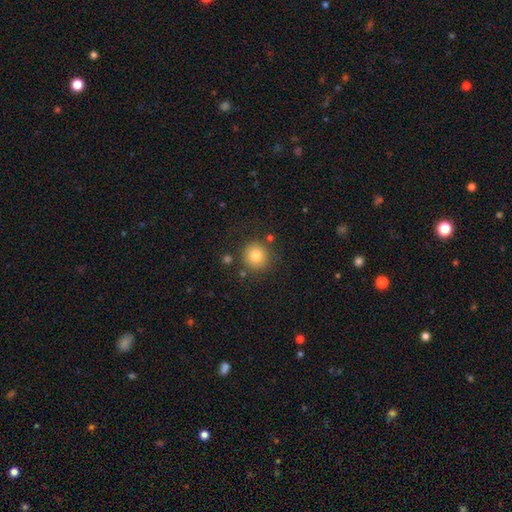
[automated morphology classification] Smooth or featured: smooth — 81% (star or artifact — 11%)
How rounded: round — 93% (in between — 6%)
Merging: none — 84% (minor disturbance — 9%)